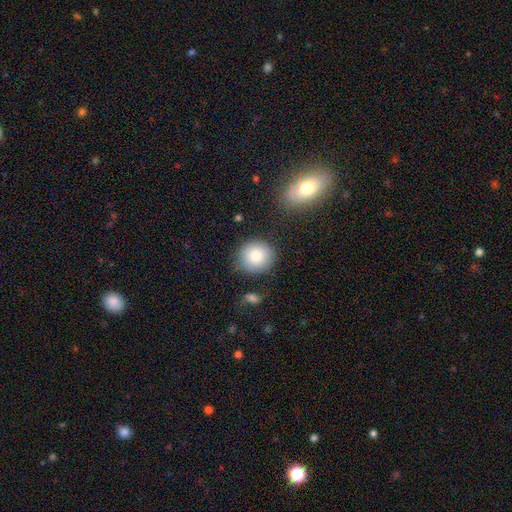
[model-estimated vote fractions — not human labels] Smooth or featured? smooth (82%)
How rounded? round (85%)
Merging? none (82%)